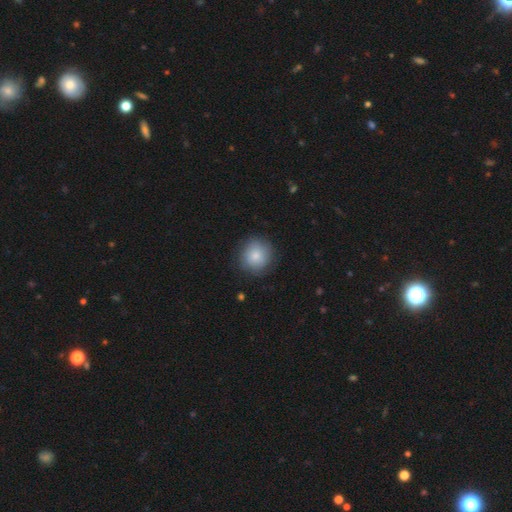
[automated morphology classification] Smooth or featured? Predicted: smooth (p=0.82). How rounded? Predicted: round (p=0.90). Merging? Predicted: none (p=0.82).